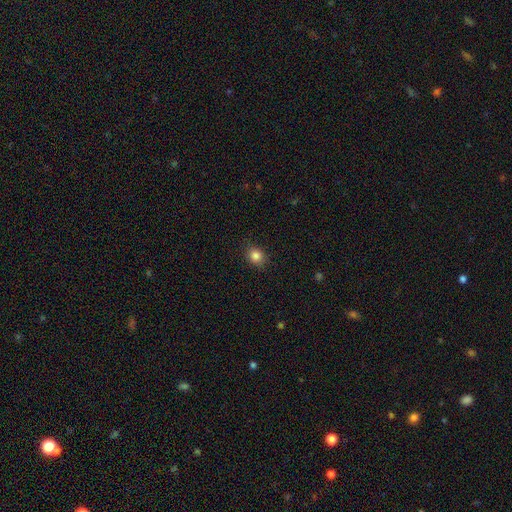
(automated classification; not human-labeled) This is clearly a smooth galaxy (84%). How rounded: possibly round (58%). Merging: clearly none (86%).